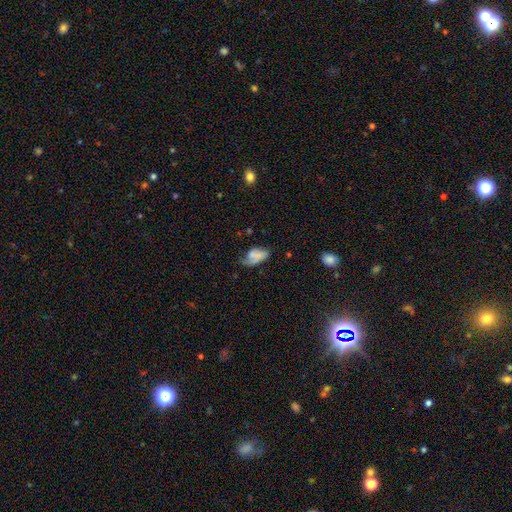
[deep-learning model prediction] Smooth or featured? Predicted: smooth (p=0.59). How rounded? Predicted: in between (p=0.91). Merging? Predicted: none (p=0.33).